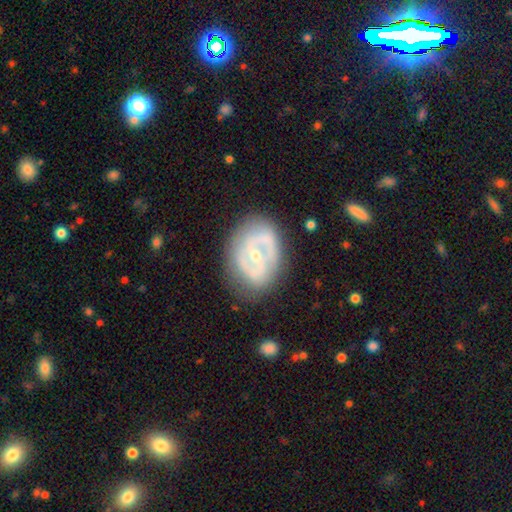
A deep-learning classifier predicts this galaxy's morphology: A featured or disk galaxy (75%) with no bar (56%), spiral arms (52%) and a small central bulge (49%).

Vote fractions:
- Smooth or featured? featured or disk: 75% / smooth: 20% / star or artifact: 5%
- Edge-on disk? no: 96% / yes: 4%
- Bar? no: 56% / weak: 29% / strong: 15%
- Spiral arms? yes: 52% / no: 48%
- Bulge size? small: 49% / moderate: 48% / large: 2% / none: 1% / dominant: 1%
- Merging? none: 70% / minor disturbance: 20% / major disturbance: 9% / merger: 2%